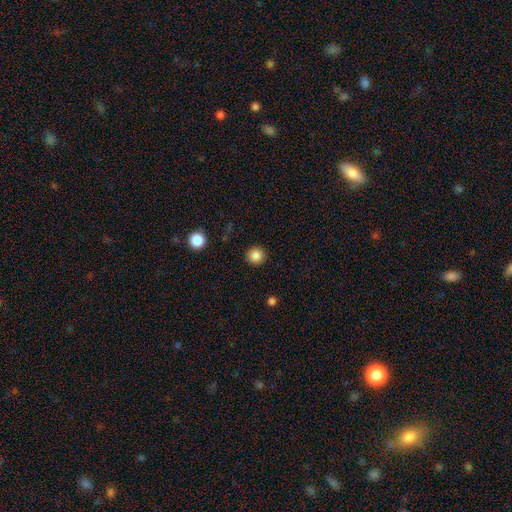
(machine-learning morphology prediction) Smooth or featured?
  - smooth: 85% *
  - star or artifact: 11%
  - featured or disk: 4%
How rounded?
  - round: 94% *
  - in between: 5%
  - cigar-shaped: 1%
Merging?
  - none: 92% *
  - minor disturbance: 5%
  - major disturbance: 2%
  - merger: 1%